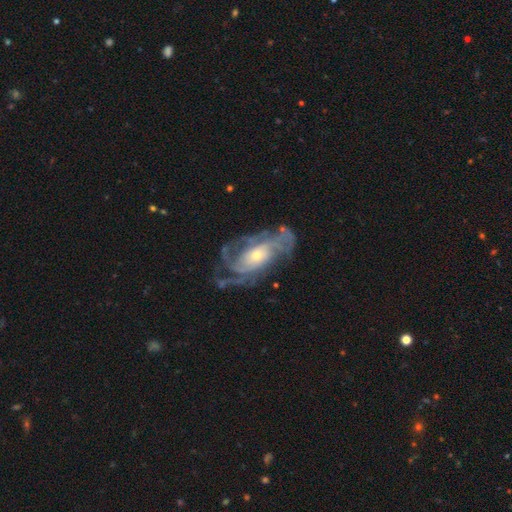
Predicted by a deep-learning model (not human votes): Morphology: type=featured or disk (85%); edge-on=no (94%); bar=no (65%); spiral arms=yes (93%); winding=tight (54%); arm count=can't tell (33%); bulge=small (48%); merging=none (65%).